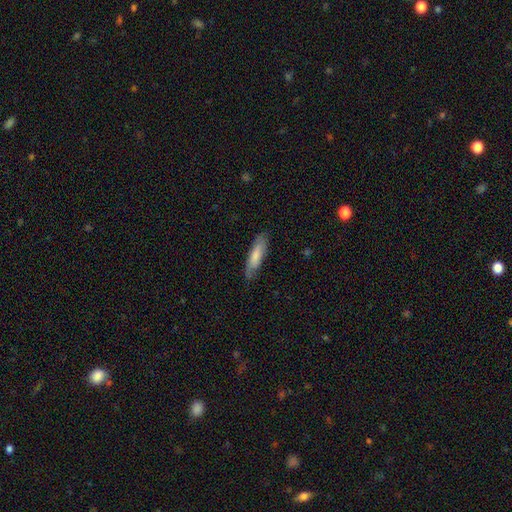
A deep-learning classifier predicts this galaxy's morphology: Q: Smooth or featured?
A: smooth (74%); runner-up: featured or disk (21%)
Q: How rounded?
A: cigar-shaped (66%); runner-up: in between (32%)
Q: Merging?
A: none (75%); runner-up: minor disturbance (20%)